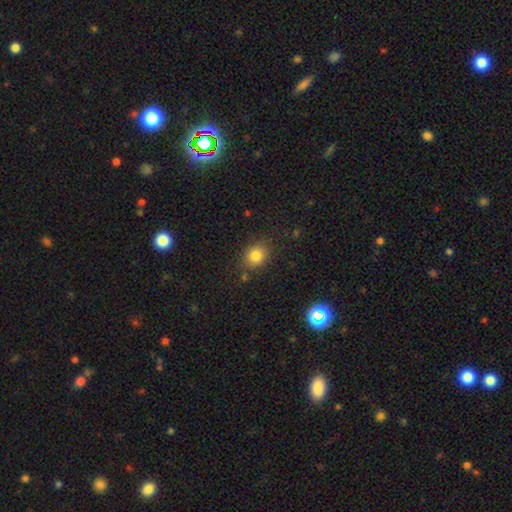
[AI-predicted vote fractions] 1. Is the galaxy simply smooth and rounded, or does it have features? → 81% smooth, 12% star or artifact, 7% featured or disk.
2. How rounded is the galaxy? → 64% round, 35% in between, 1% cigar-shaped.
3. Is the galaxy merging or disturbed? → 80% none, 13% minor disturbance, 4% major disturbance, 3% merger.